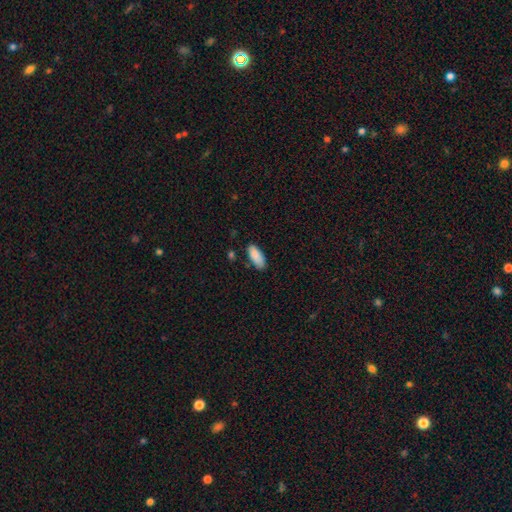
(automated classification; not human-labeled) This is clearly a smooth galaxy (88%). How rounded: clearly in between (86%). Merging: likely none (77%).